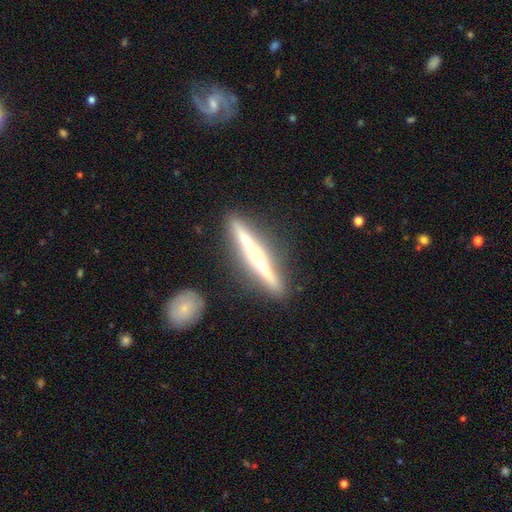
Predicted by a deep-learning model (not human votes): Q: Smooth or featured?
A: featured or disk (67%); runner-up: smooth (26%)
Q: Edge-on disk?
A: yes (97%); runner-up: no (3%)
Q: Edge-on bulge?
A: none (55%); runner-up: rounded (35%)
Q: Merging?
A: none (90%); runner-up: minor disturbance (6%)